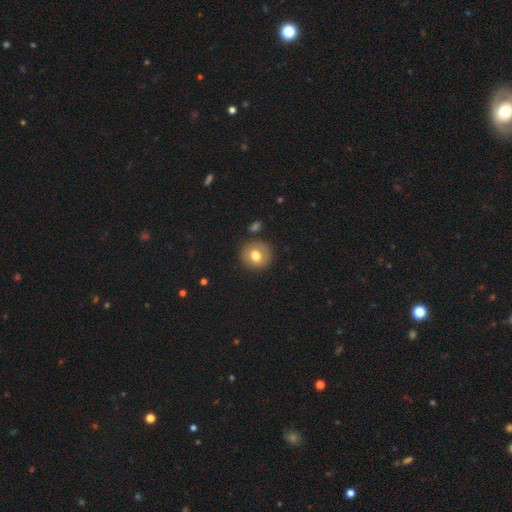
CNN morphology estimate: Q: Smooth or featured?
A: smooth (75%); runner-up: featured or disk (15%)
Q: How rounded?
A: round (89%); runner-up: in between (10%)
Q: Merging?
A: none (85%); runner-up: minor disturbance (9%)